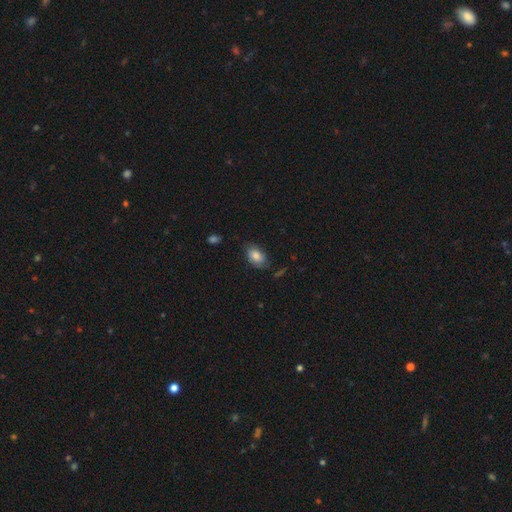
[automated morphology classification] Smooth or featured? smooth (81%)
How rounded? in between (89%)
Merging? none (70%)